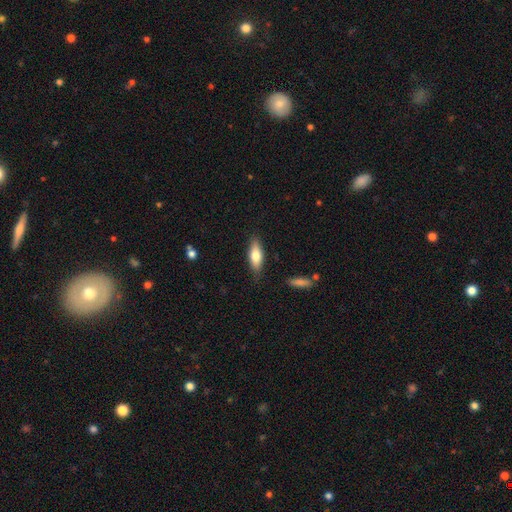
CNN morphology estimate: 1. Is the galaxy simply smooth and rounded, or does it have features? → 71% smooth, 23% featured or disk, 6% star or artifact.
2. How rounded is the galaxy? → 63% in between, 35% cigar-shaped, 2% round.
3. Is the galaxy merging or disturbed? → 83% none, 13% minor disturbance, 3% major disturbance, 2% merger.